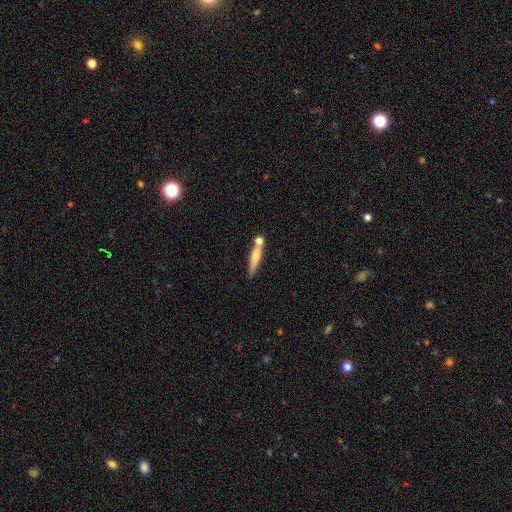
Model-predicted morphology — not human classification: Smooth or featured? smooth (59%)
How rounded? cigar-shaped (85%)
Merging? none (57%)